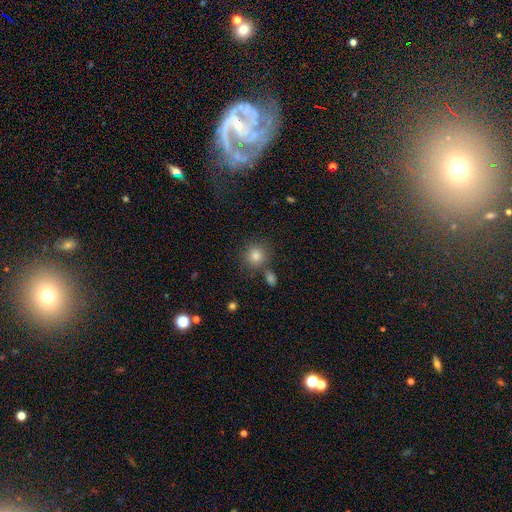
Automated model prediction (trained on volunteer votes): A smooth galaxy with no disk features (79%) that is round (90%).

Vote fractions:
- Smooth or featured? smooth: 79% / star or artifact: 14% / featured or disk: 7%
- How rounded? round: 90% / in between: 9% / cigar-shaped: 1%
- Merging? none: 74% / merger: 13% / minor disturbance: 10% / major disturbance: 4%